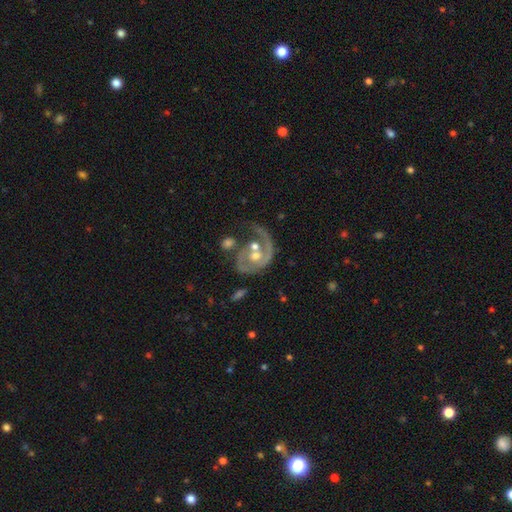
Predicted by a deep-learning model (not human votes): Morphology: type=featured or disk (85%); edge-on=no (98%); bar=no (68%); spiral arms=yes (89%); winding=medium (40%); arm count=1 (53%); bulge=moderate (63%); merging=merger (33%).